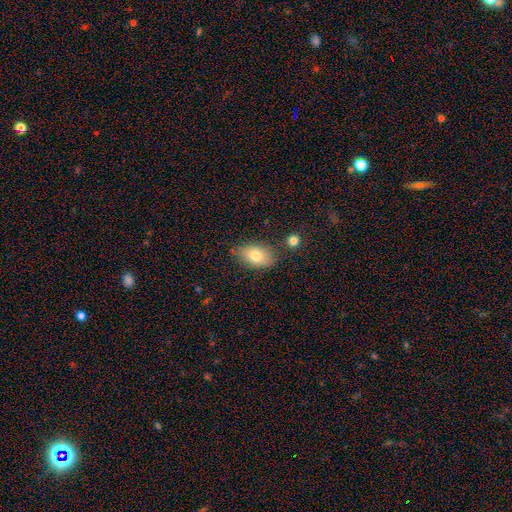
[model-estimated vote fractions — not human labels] Smooth or featured? Predicted: smooth (p=0.77). How rounded? Predicted: in between (p=0.88). Merging? Predicted: none (p=0.75).